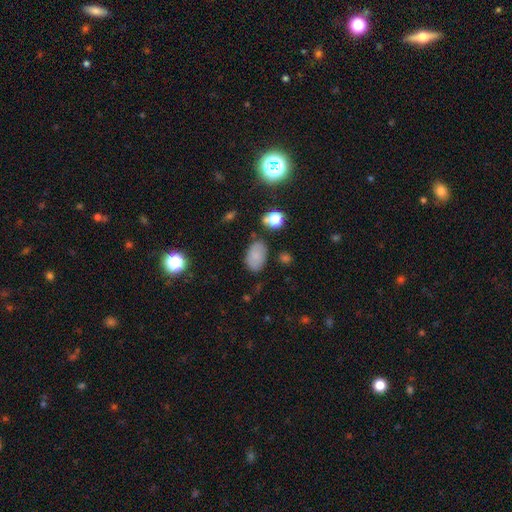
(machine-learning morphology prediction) This appears to be a smooth galaxy with no disk features (78%) that is in between round and cigar-shaped (89%). Merging: none (76%).